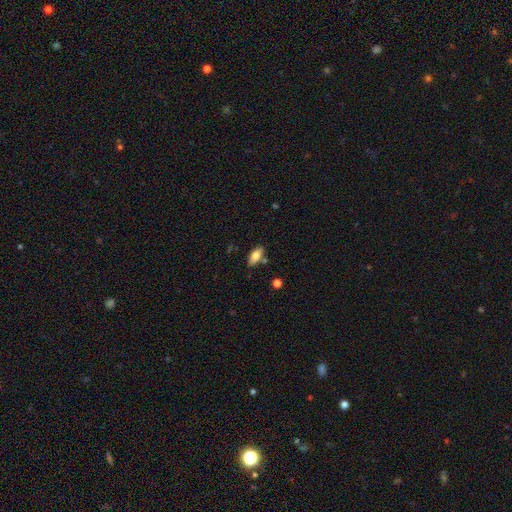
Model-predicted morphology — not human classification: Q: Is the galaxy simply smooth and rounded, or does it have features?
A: smooth — 79%.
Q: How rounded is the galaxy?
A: in between — 85%.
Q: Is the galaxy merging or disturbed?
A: none — 78%.